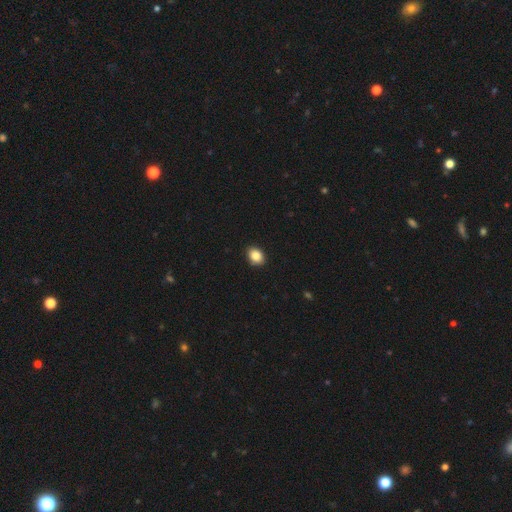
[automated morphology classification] type=smooth (86%); roundness=in between (60%); merging=none (91%).